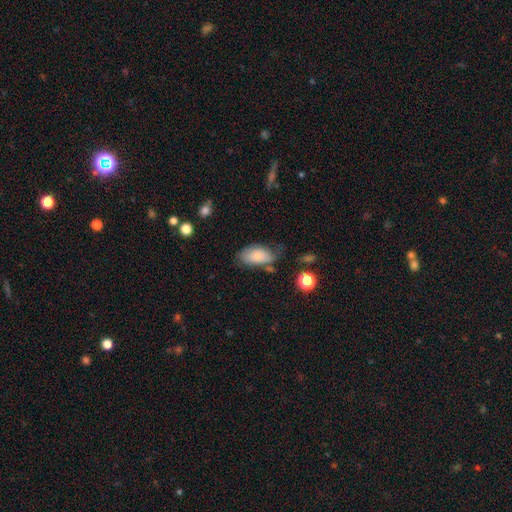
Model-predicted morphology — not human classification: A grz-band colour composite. It shows a smooth galaxy with no disk features (78%) that is in between round and cigar-shaped (93%). Merging: none (51%).